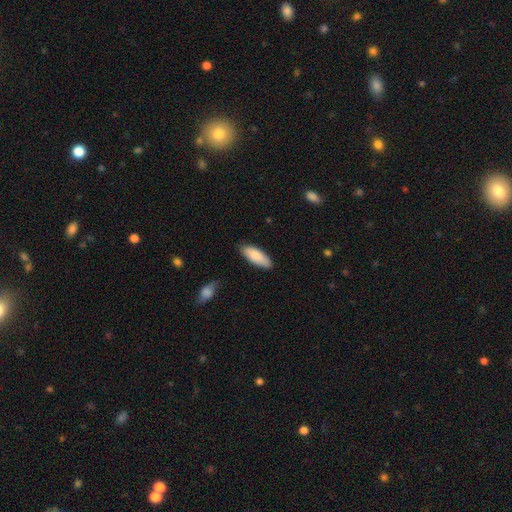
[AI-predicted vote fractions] Smooth or featured: smooth — 86% (featured or disk — 8%)
How rounded: in between — 72% (cigar-shaped — 26%)
Merging: none — 82% (minor disturbance — 14%)